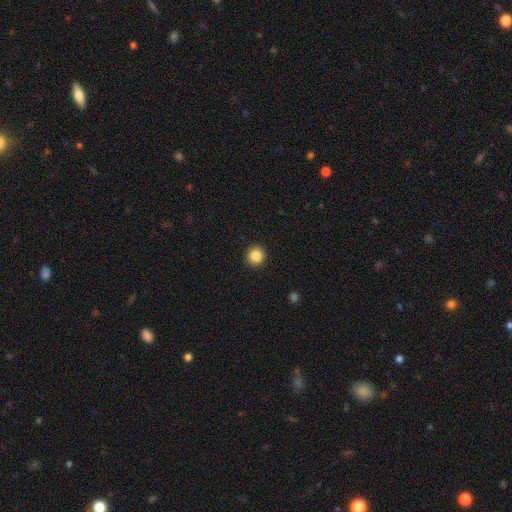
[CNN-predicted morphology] type=smooth (86%); roundness=round (94%); merging=none (93%).